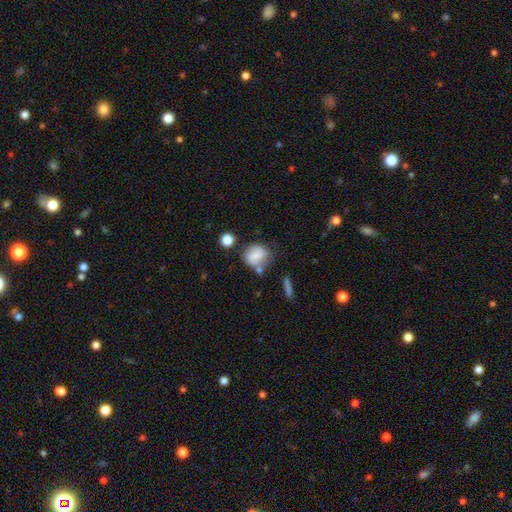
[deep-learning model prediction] A smooth galaxy with no disk features (70%) that is round (58%).

Vote fractions:
- Smooth or featured? smooth: 70% / featured or disk: 20% / star or artifact: 10%
- How rounded? round: 58% / in between: 41% / cigar-shaped: 1%
- Merging? none: 51% / minor disturbance: 23% / merger: 16% / major disturbance: 9%